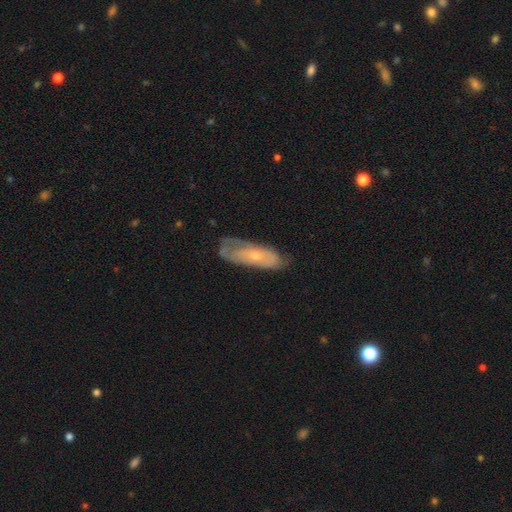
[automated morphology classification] Smooth or featured? featured or disk (55%)
Edge-on disk? no (80%)
Merging? none (53%)